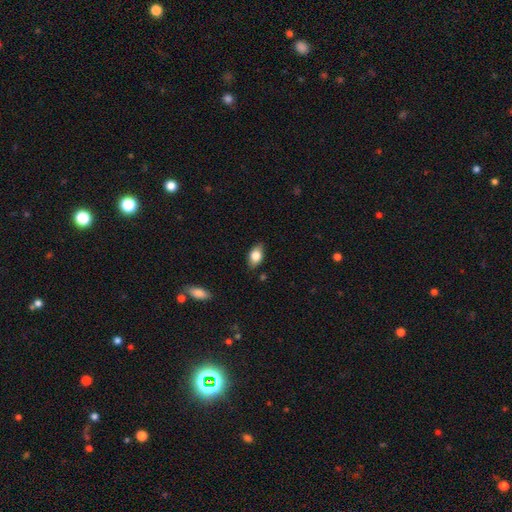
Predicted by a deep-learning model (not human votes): Q: Smooth or featured?
A: smooth (78%); runner-up: featured or disk (15%)
Q: How rounded?
A: in between (88%); runner-up: round (8%)
Q: Merging?
A: none (83%); runner-up: minor disturbance (13%)